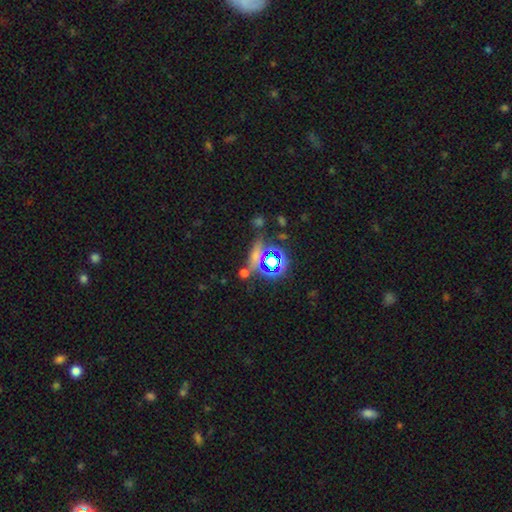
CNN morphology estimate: The model was most divided on "smooth or featured": star or artifact: 56%, smooth: 29%, featured or disk: 15%.